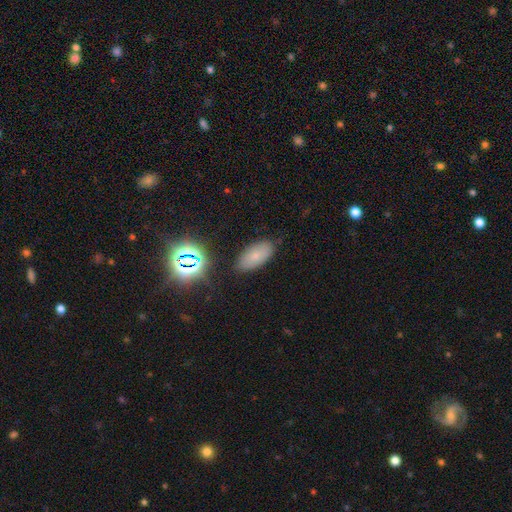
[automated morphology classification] Smooth or featured?
  - smooth: 69% *
  - star or artifact: 17%
  - featured or disk: 14%
How rounded?
  - in between: 91% *
  - cigar-shaped: 5%
  - round: 4%
Merging?
  - none: 83% *
  - minor disturbance: 12%
  - major disturbance: 3%
  - merger: 2%